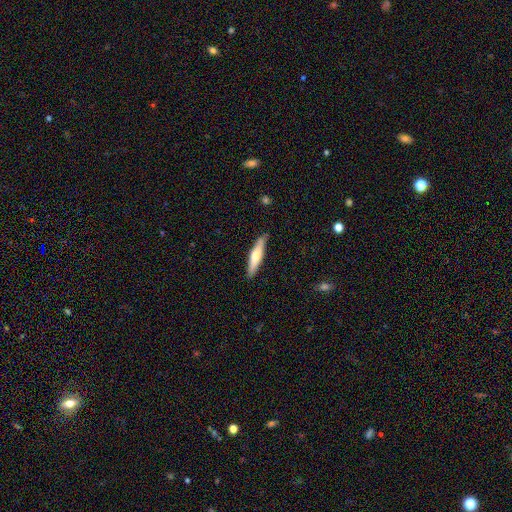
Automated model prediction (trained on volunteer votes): smooth_or_featured: smooth (p=0.54) [alt: featured or disk p=0.41]
how_rounded: cigar-shaped (p=0.84) [alt: in between p=0.15]
merging: none (p=0.87) [alt: minor disturbance p=0.10]